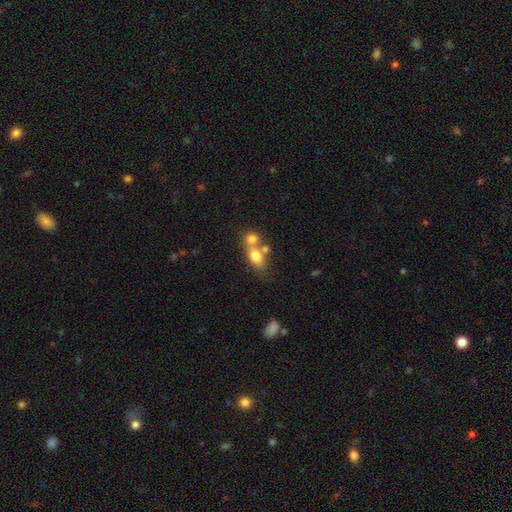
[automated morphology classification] Smooth or featured: smooth — 73% (featured or disk — 18%)
How rounded: in between — 68% (round — 28%)
Merging: merger — 53% (none — 33%)